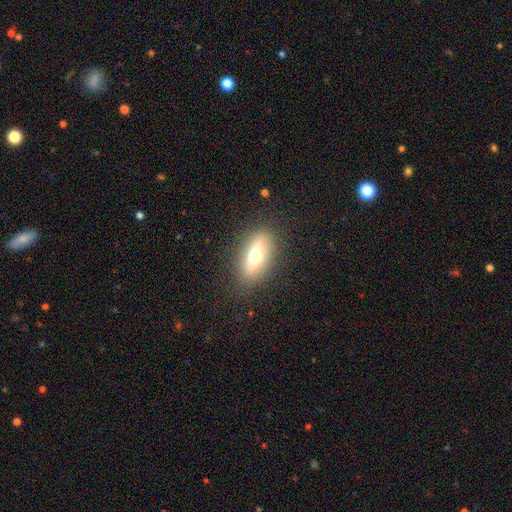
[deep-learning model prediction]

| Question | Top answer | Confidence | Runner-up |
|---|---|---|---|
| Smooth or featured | smooth | 59% | featured or disk (32%) |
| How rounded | in between | 75% | cigar-shaped (18%) |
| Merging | none | 83% | minor disturbance (11%) |